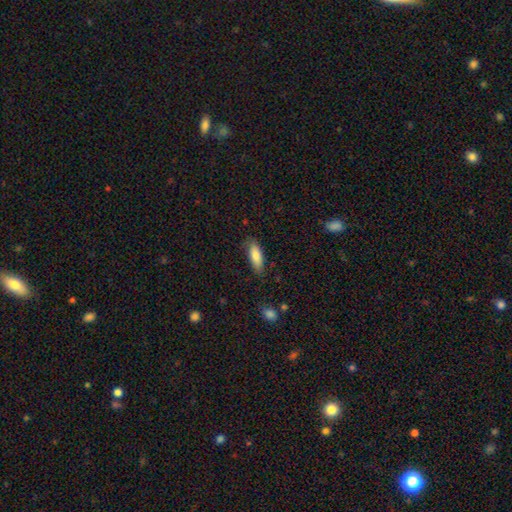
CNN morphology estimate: A smooth galaxy with no disk features (83%) that is in between round and cigar-shaped (69%).

Vote fractions:
- Smooth or featured? smooth: 83% / featured or disk: 10% / star or artifact: 6%
- How rounded? in between: 69% / cigar-shaped: 30% / round: 2%
- Merging? none: 76% / minor disturbance: 18% / major disturbance: 4% / merger: 1%